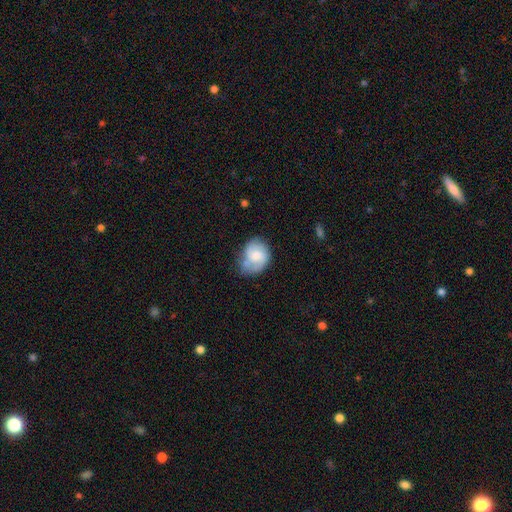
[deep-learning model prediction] This is possibly a smooth galaxy (50%). Merging: possibly none (47%).